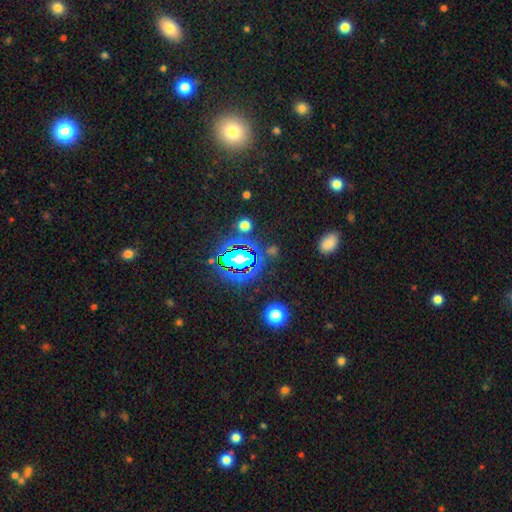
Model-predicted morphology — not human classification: star or artifact 74%, smooth 17%, featured or disk 9%.